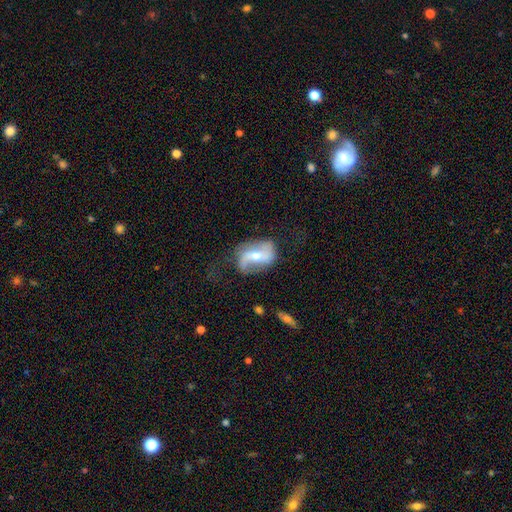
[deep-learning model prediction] Smooth or featured: featured or disk — 76% (smooth — 18%)
Edge-on disk: no — 95% (yes — 5%)
Bar: weak — 36% (strong — 34%)
Spiral arms: yes — 87% (no — 13%)
Spiral winding: loose — 66% (medium — 26%)
Spiral arm count: 2 — 86% (can't tell — 6%)
Bulge size: moderate — 61% (small — 33%)
Merging: none — 58% (minor disturbance — 24%)